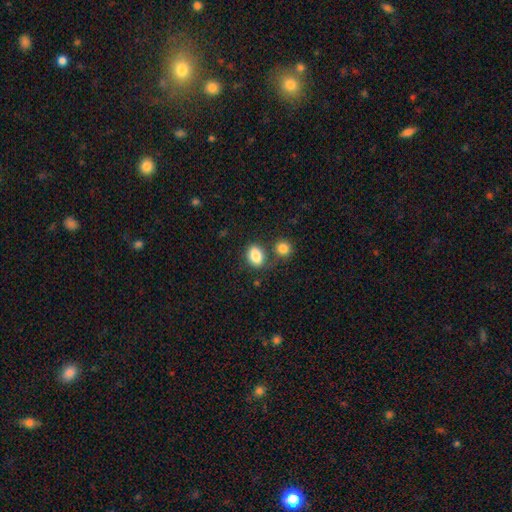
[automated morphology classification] This is clearly a smooth galaxy (86%). How rounded: likely in between (73%). Merging: likely none (67%).